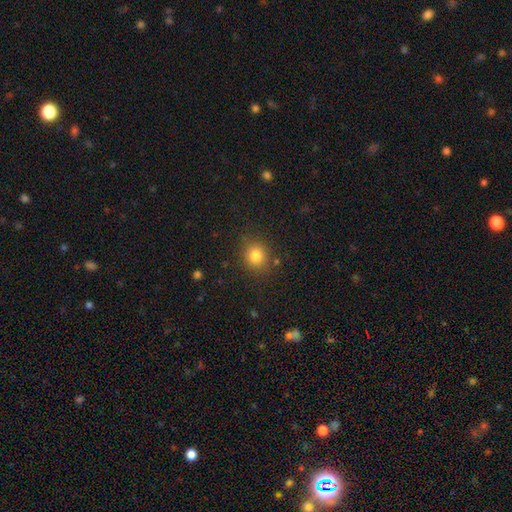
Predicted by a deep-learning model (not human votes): Overall: smooth (82%). How rounded: round (78%). Merging: none (83%).